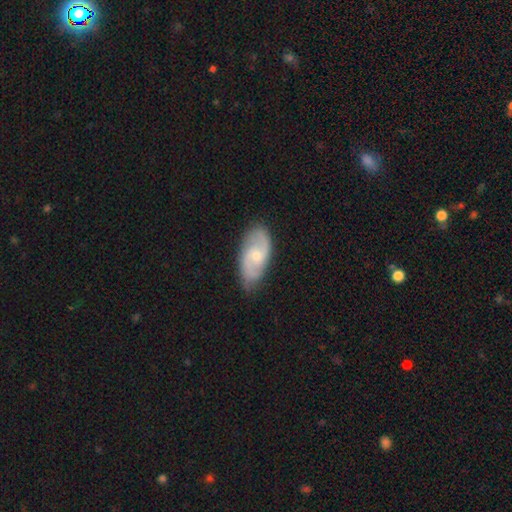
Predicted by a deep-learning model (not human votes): The model was most divided on "bulge size": small: 54%, moderate: 42%, none: 2%, large: 1%, dominant: 1%. More confident: edge-on disk — no (95%); spiral arms — yes (94%); spiral arm count — 2 (83%); merging — none (80%); smooth or featured — featured or disk (76%); bar — no (58%); spiral winding — medium (50%).